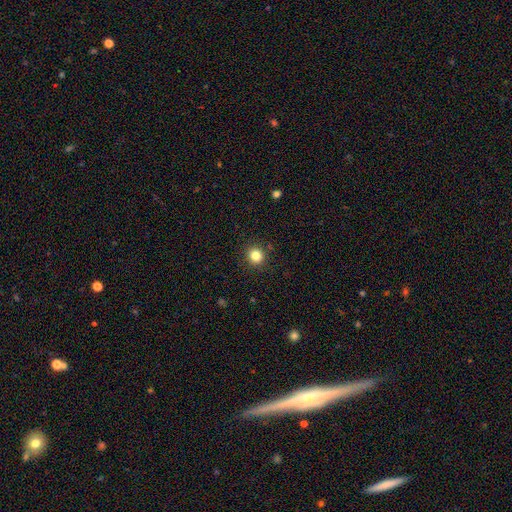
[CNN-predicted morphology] A smooth galaxy with no disk features (83%) that is round (90%).

Vote fractions:
- Smooth or featured? smooth: 83% / star or artifact: 12% / featured or disk: 5%
- How rounded? round: 90% / in between: 9% / cigar-shaped: 1%
- Merging? none: 90% / minor disturbance: 7% / major disturbance: 2% / merger: 1%